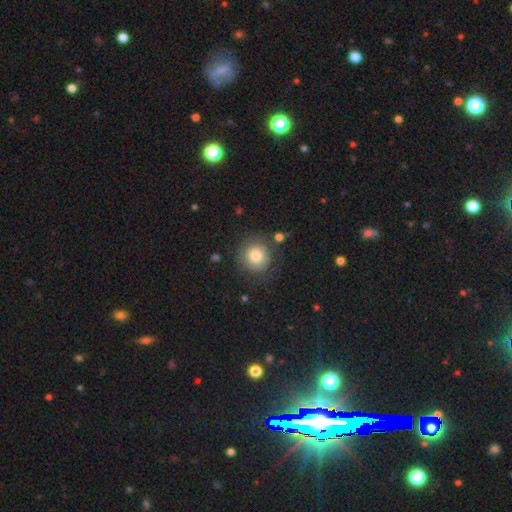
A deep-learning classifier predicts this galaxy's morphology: A smooth galaxy with no disk features (72%) that is round (93%). Merging: none (74%).